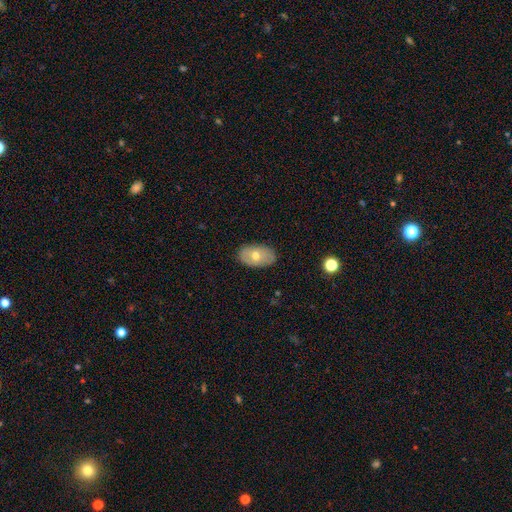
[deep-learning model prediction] Smooth or featured?
  - smooth: 59% *
  - featured or disk: 33%
  - star or artifact: 7%
How rounded?
  - in between: 90% *
  - round: 9%
  - cigar-shaped: 1%
Merging?
  - none: 84% *
  - minor disturbance: 13%
  - major disturbance: 3%
  - merger: 1%